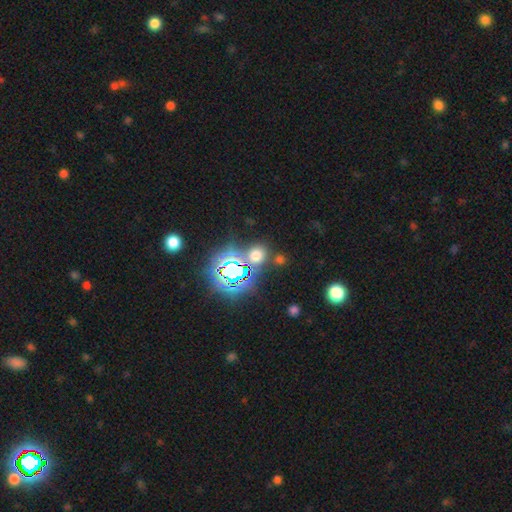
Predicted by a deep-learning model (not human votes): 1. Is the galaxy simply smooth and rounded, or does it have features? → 52% smooth, 41% star or artifact, 7% featured or disk.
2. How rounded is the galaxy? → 73% round, 26% in between, 2% cigar-shaped.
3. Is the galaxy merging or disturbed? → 76% none, 10% merger, 9% minor disturbance, 5% major disturbance.